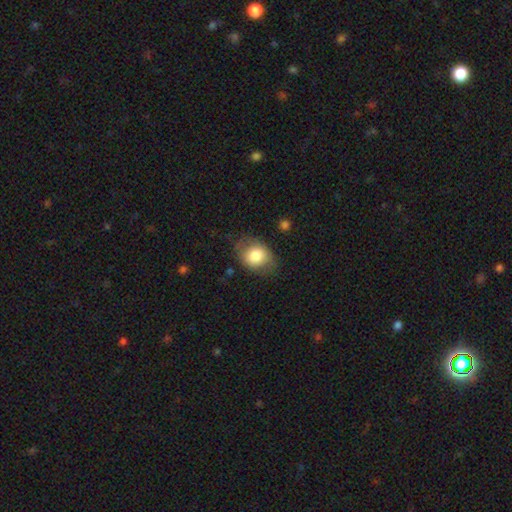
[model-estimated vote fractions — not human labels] Overall: smooth (80%). How rounded: in between (52%; round 47%). Merging: none (67%).